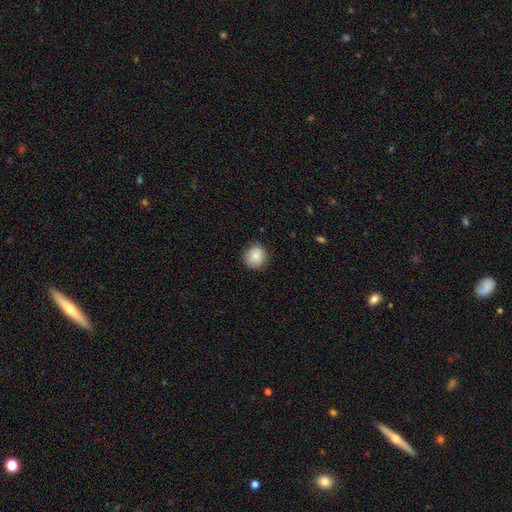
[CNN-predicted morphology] A smooth galaxy with no disk features (85%) that is round (88%).

Vote fractions:
- Smooth or featured? smooth: 85% / star or artifact: 8% / featured or disk: 7%
- How rounded? round: 88% / in between: 11% / cigar-shaped: 1%
- Merging? none: 85% / minor disturbance: 11% / major disturbance: 3% / merger: 1%